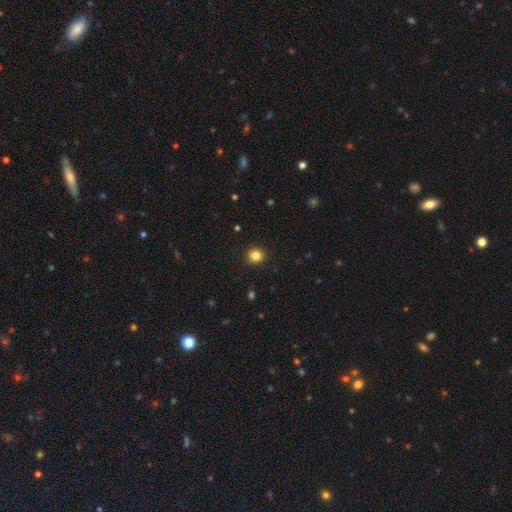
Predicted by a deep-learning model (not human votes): The model was most divided on "smooth or featured": smooth: 84%, star or artifact: 12%, featured or disk: 5%. More confident: how rounded — round (94%); merging — none (93%).